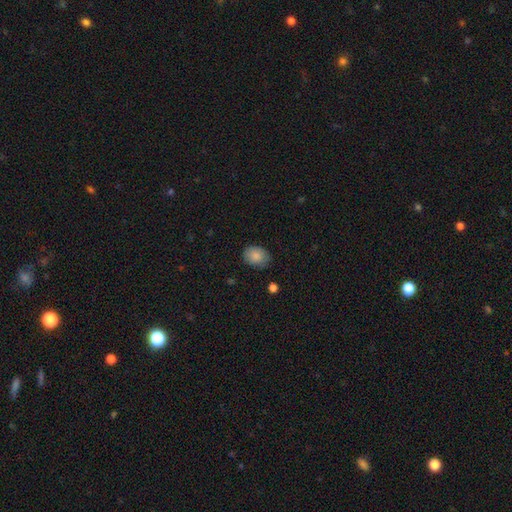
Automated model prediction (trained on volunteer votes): This is clearly a smooth galaxy (86%). How rounded: likely in between (65%). Merging: likely none (78%).